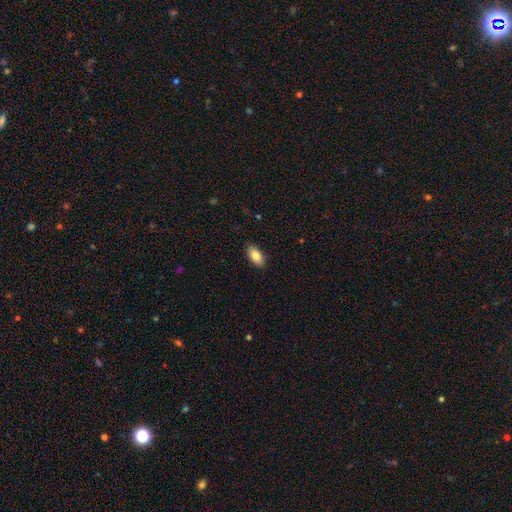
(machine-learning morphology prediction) Overall: smooth (84%). How rounded: in between (91%). Merging: none (89%).